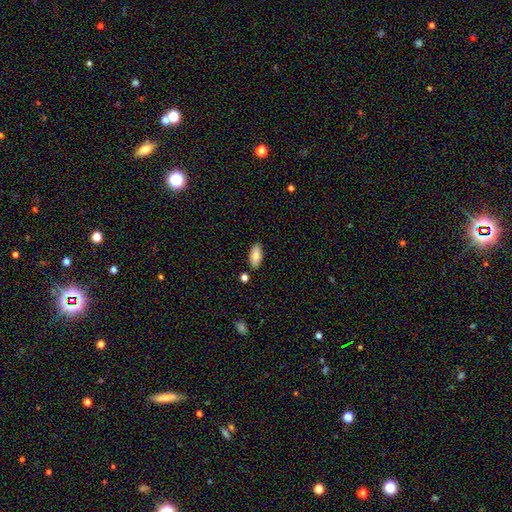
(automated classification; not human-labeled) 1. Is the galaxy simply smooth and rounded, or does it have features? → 84% smooth, 9% featured or disk, 7% star or artifact.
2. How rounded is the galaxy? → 91% in between, 7% cigar-shaped, 2% round.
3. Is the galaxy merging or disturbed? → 84% none, 11% minor disturbance, 4% merger, 2% major disturbance.